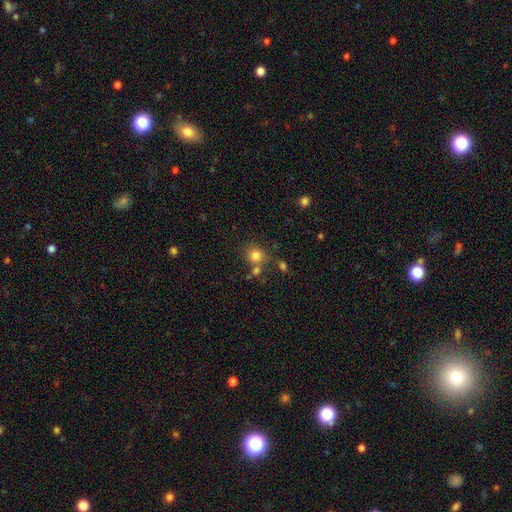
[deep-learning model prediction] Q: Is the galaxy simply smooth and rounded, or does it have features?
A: smooth — 81%.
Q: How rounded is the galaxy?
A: round — 84%.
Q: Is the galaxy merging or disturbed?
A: none — 66%.